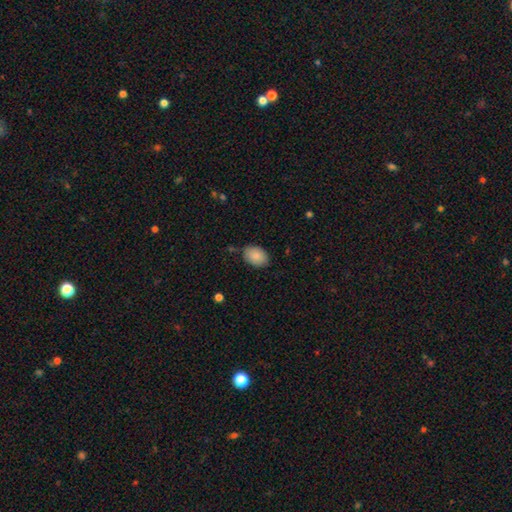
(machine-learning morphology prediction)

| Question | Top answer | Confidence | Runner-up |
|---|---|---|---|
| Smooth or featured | smooth | 88% | star or artifact (7%) |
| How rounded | in between | 83% | round (16%) |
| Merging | none | 80% | minor disturbance (15%) |